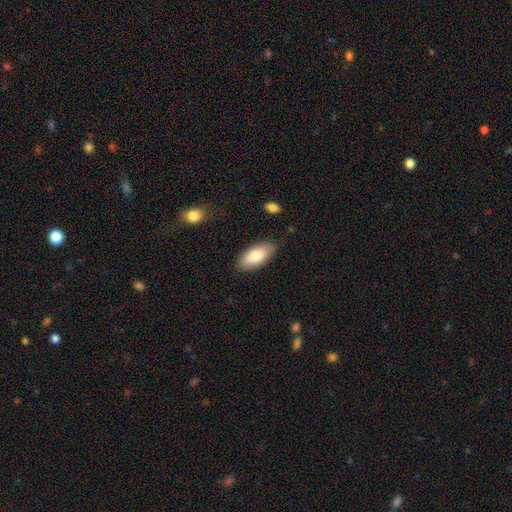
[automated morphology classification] smooth_or_featured: smooth (p=0.80) [alt: featured or disk p=0.14]
how_rounded: in between (p=0.90) [alt: cigar-shaped p=0.07]
merging: none (p=0.85) [alt: minor disturbance p=0.11]